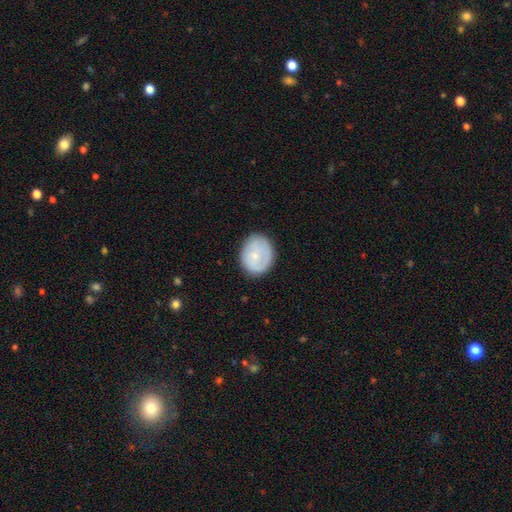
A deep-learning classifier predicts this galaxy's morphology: smooth_or_featured: smooth (p=0.62) [alt: featured or disk p=0.32]
how_rounded: round (p=0.64) [alt: in between p=0.35]
merging: none (p=0.77) [alt: minor disturbance p=0.17]